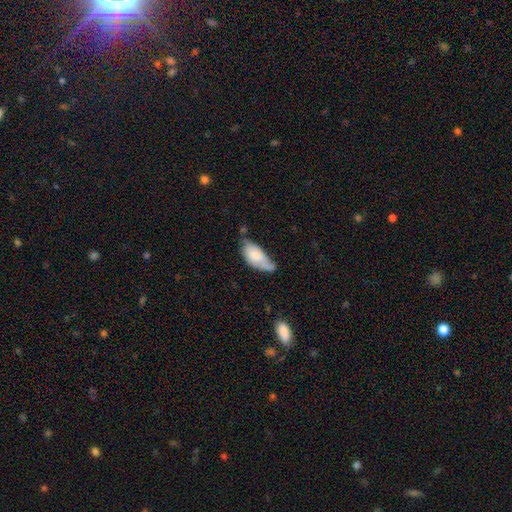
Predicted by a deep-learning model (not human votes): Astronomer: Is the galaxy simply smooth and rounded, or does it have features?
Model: smooth — 68%.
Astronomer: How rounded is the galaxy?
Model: in between — 89%.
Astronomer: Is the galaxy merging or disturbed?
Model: minor disturbance — 41% (runner-up: none, 33%).